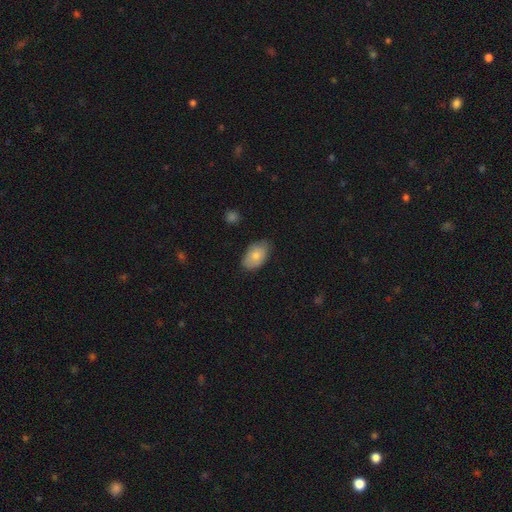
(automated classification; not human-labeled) A smooth galaxy with no disk features (78%) that is in between round and cigar-shaped (92%).

Vote fractions:
- Smooth or featured? smooth: 78% / featured or disk: 16% / star or artifact: 6%
- How rounded? in between: 92% / round: 7% / cigar-shaped: 1%
- Merging? none: 74% / minor disturbance: 21% / major disturbance: 3% / merger: 1%